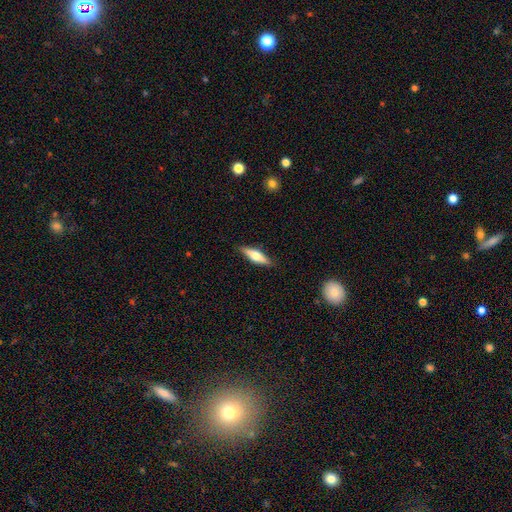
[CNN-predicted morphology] Q: Smooth or featured?
A: smooth (48%); runner-up: featured or disk (46%)
Q: Merging?
A: none (87%); runner-up: minor disturbance (9%)